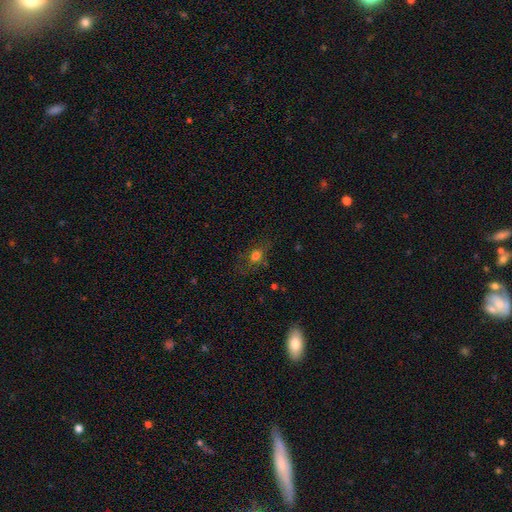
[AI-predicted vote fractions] A smooth galaxy with no disk features (64%) that is round (48%). Merging: none (66%).